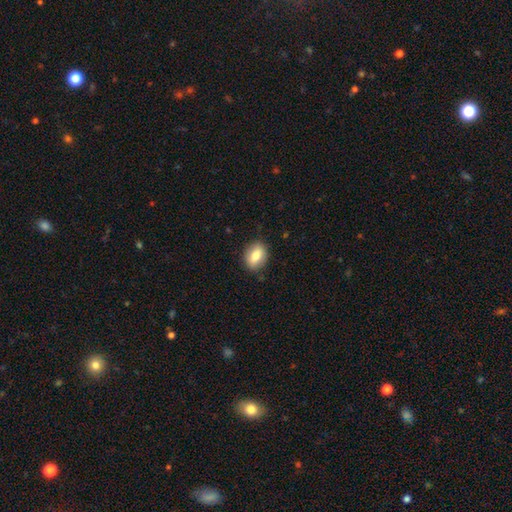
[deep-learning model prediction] Smooth or featured? Predicted: smooth (p=0.78). How rounded? Predicted: in between (p=0.69). Merging? Predicted: none (p=0.86).